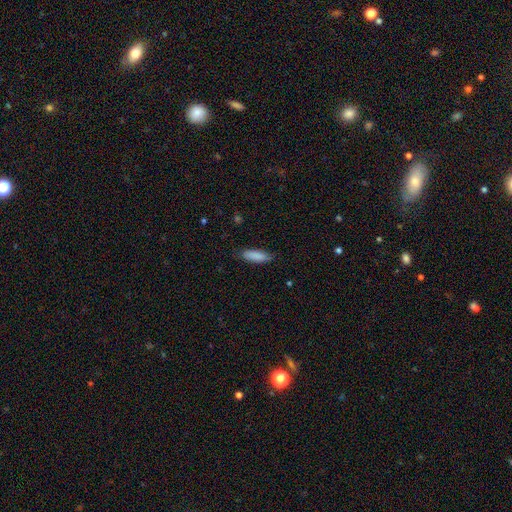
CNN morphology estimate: The model was most divided on "how rounded": in between: 52%, cigar-shaped: 47%, round: 1%. More confident: smooth or featured — smooth (88%); merging — none (81%).